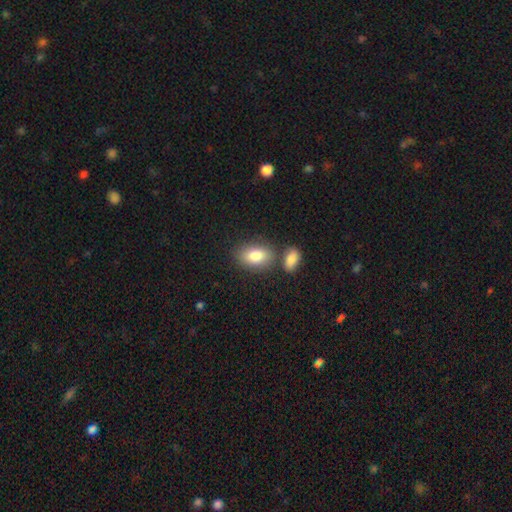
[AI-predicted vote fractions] This appears to be a smooth galaxy with no disk features (84%) that is in between round and cigar-shaped (88%). Merging: none (65%).